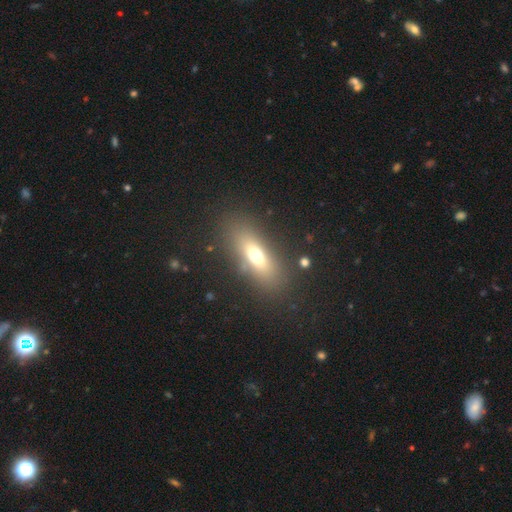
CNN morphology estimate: Smooth or featured?
  - smooth: 65% *
  - featured or disk: 24%
  - star or artifact: 11%
How rounded?
  - in between: 65% *
  - cigar-shaped: 30%
  - round: 5%
Merging?
  - none: 81% *
  - minor disturbance: 10%
  - major disturbance: 6%
  - merger: 3%